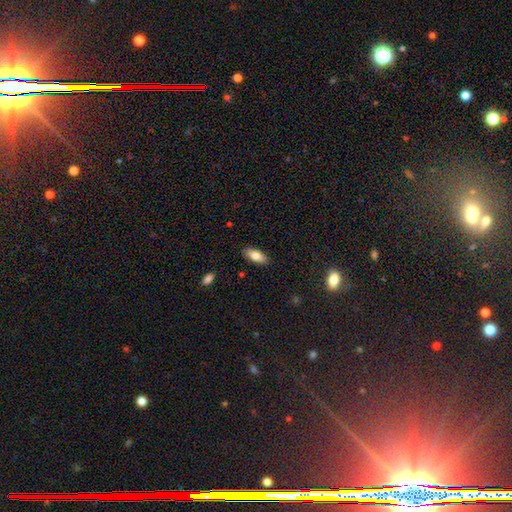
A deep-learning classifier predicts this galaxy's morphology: Smooth or featured?
  - smooth: 78% *
  - featured or disk: 15%
  - star or artifact: 7%
How rounded?
  - in between: 84% *
  - cigar-shaped: 14%
  - round: 2%
Merging?
  - none: 88% *
  - minor disturbance: 9%
  - major disturbance: 2%
  - merger: 1%